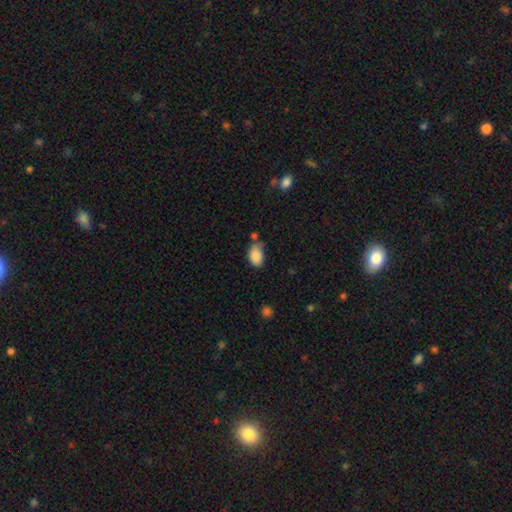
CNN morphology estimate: The model was most divided on "merging": none: 54%, minor disturbance: 29%, merger: 10%, major disturbance: 7%. More confident: how rounded — in between (88%); smooth or featured — smooth (87%).